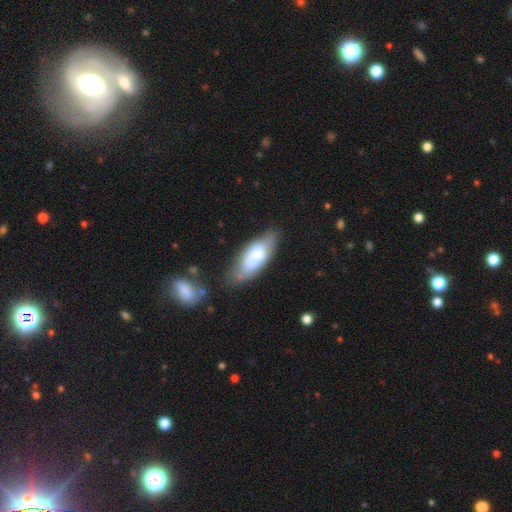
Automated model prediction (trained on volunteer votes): A smooth galaxy with no disk features (54%) that is in between round and cigar-shaped (78%).

Vote fractions:
- Smooth or featured? smooth: 54% / featured or disk: 39% / star or artifact: 7%
- How rounded? in between: 78% / cigar-shaped: 19% / round: 3%
- Merging? none: 57% / minor disturbance: 26% / major disturbance: 9% / merger: 8%